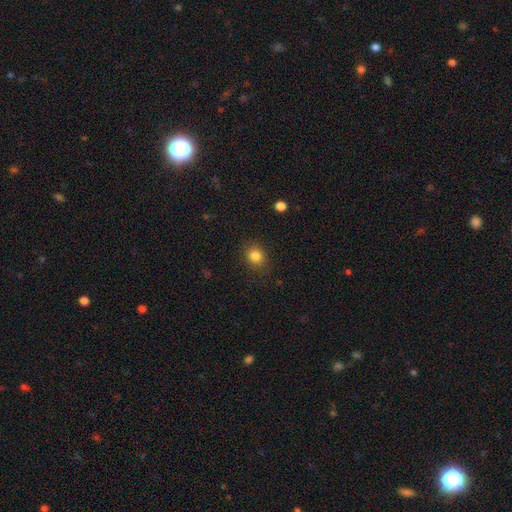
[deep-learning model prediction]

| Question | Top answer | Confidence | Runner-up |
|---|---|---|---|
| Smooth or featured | smooth | 84% | star or artifact (11%) |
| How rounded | round | 73% | in between (26%) |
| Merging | none | 86% | minor disturbance (10%) |